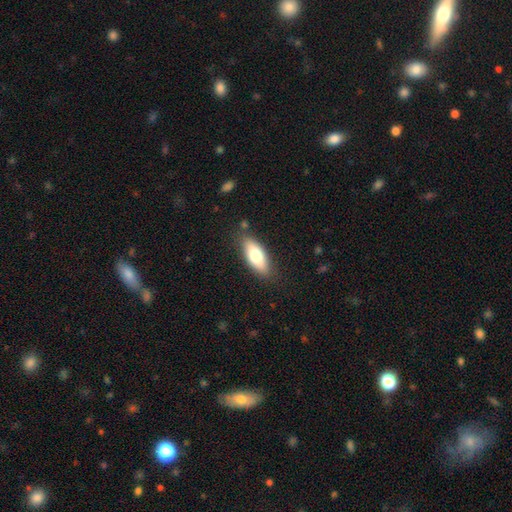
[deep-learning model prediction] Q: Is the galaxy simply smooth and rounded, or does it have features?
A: smooth — 73%.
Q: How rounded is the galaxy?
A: in between — 78%.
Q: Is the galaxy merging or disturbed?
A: none — 82%.